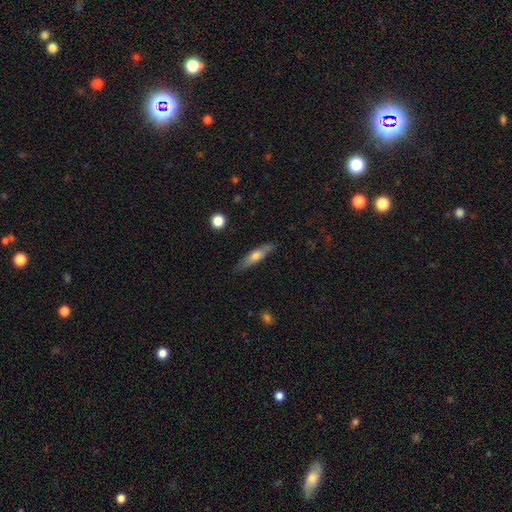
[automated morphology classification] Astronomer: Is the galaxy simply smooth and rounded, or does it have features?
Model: smooth — 50% (runner-up: featured or disk, 44%).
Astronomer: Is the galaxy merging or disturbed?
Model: none — 82%.